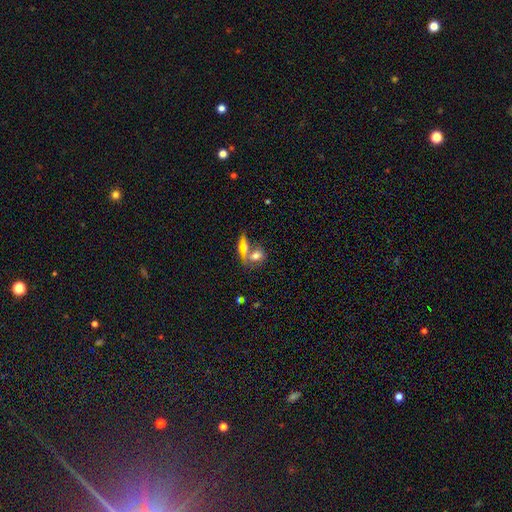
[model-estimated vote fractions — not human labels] smooth 71%, featured or disk 20%, star or artifact 9%. Down the decision tree: how rounded — in between (69%); merging — merger (61%).